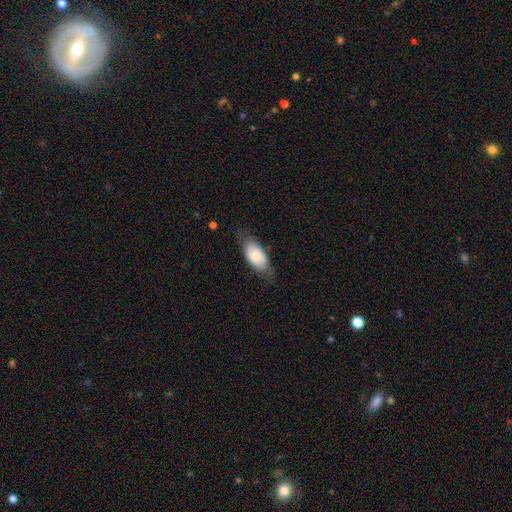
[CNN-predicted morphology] A smooth galaxy with no disk features (71%) that is in between round and cigar-shaped (89%). Merging: none (65%).